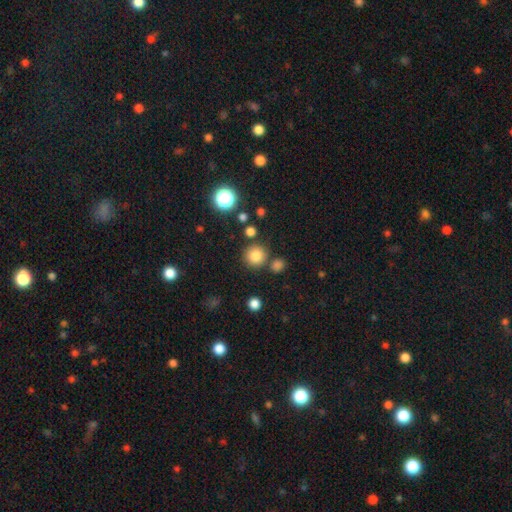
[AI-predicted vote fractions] smooth-or-featured: smooth: 81% | star or artifact: 14% | featured or disk: 6%
  how-rounded: round: 94% | in between: 5% | cigar-shaped: 1%
  merging: none: 82% | merger: 8% | minor disturbance: 8% | major disturbance: 3%